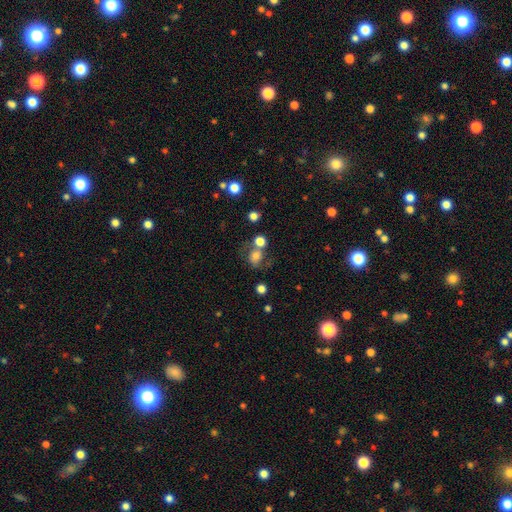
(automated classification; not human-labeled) Q: Smooth or featured?
A: smooth (64%); runner-up: featured or disk (23%)
Q: How rounded?
A: round (67%); runner-up: in between (32%)
Q: Merging?
A: none (44%); runner-up: merger (27%)